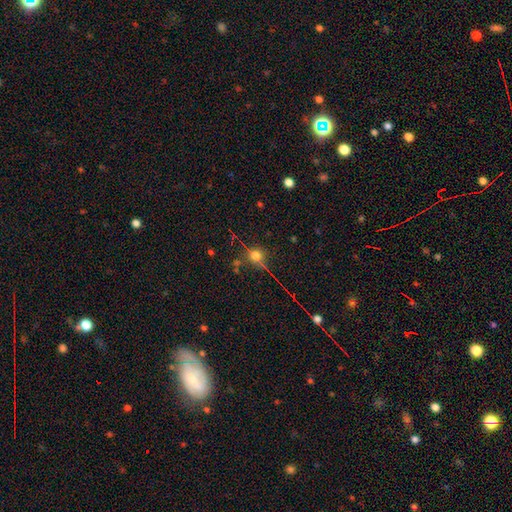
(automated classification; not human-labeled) Morphology: type=smooth (60%); roundness=round (89%); merging=none (75%).